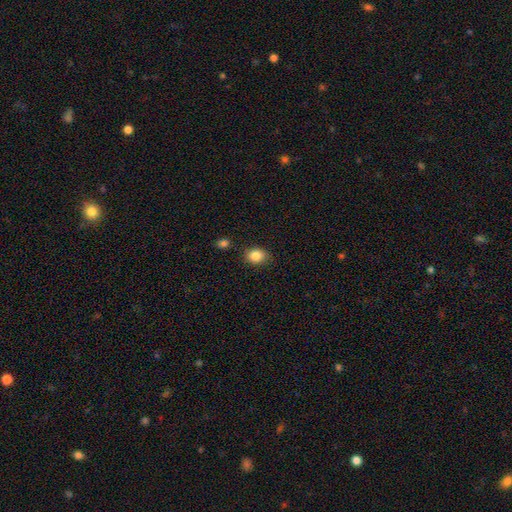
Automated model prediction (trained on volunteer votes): smooth-or-featured: smooth: 86% | star or artifact: 9% | featured or disk: 5%
  how-rounded: in between: 55% | round: 44% | cigar-shaped: 1%
  merging: none: 81% | minor disturbance: 12% | merger: 4% | major disturbance: 3%